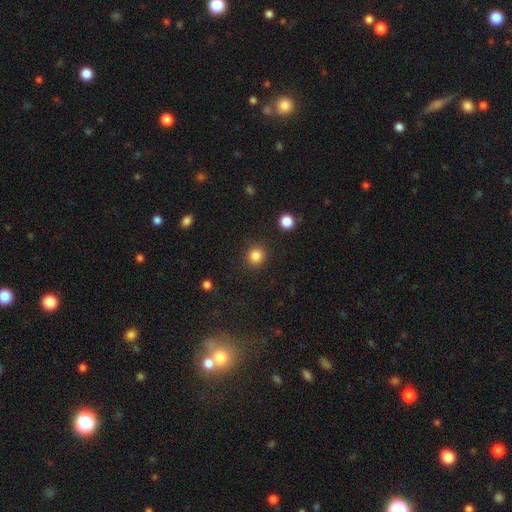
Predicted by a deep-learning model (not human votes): The model was most divided on "smooth or featured": smooth: 84%, star or artifact: 12%, featured or disk: 4%. More confident: how rounded — round (89%); merging — none (88%).